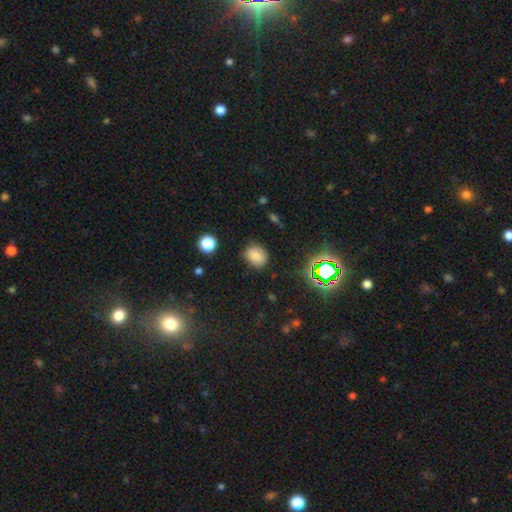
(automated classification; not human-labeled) Smooth or featured? Predicted: smooth (p=0.78). How rounded? Predicted: round (p=0.64). Merging? Predicted: none (p=0.80).